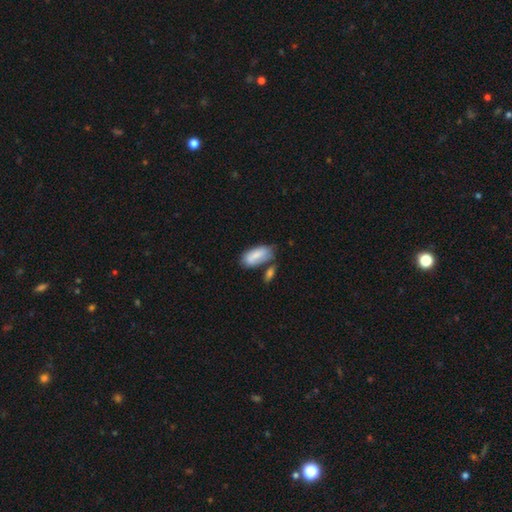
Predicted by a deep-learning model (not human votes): Overall: smooth (79%). How rounded: in between (87%). Merging: none (53%; minor disturbance 21%).